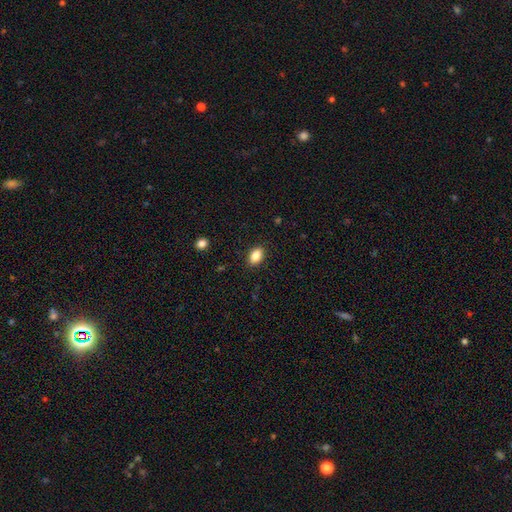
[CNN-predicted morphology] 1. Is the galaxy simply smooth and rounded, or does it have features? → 85% smooth, 8% star or artifact, 6% featured or disk.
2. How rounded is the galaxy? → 87% in between, 11% round, 2% cigar-shaped.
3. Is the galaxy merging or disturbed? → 88% none, 9% minor disturbance, 2% major disturbance, 1% merger.